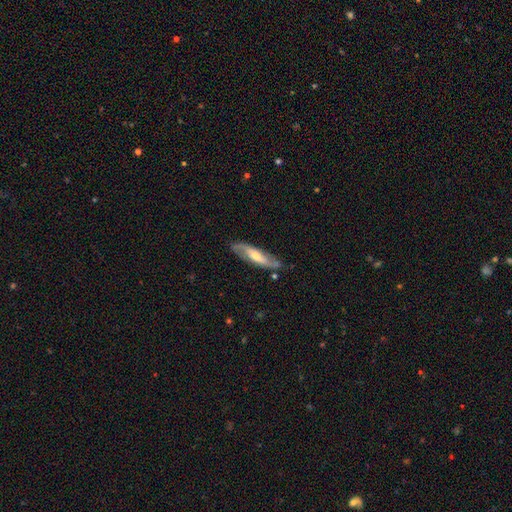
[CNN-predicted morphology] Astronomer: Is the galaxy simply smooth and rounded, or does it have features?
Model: featured or disk — 66%.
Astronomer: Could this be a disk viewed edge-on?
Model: no — 73%.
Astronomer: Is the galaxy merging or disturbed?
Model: none — 79%.